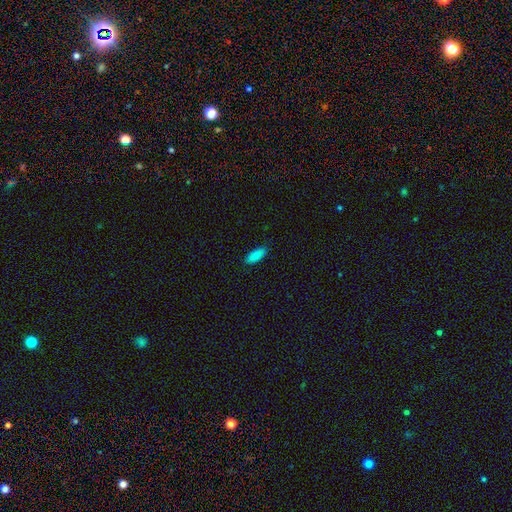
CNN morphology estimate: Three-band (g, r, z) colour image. It shows a smooth galaxy with no disk features (87%) that is in between round and cigar-shaped (72%). Merging: none (89%).